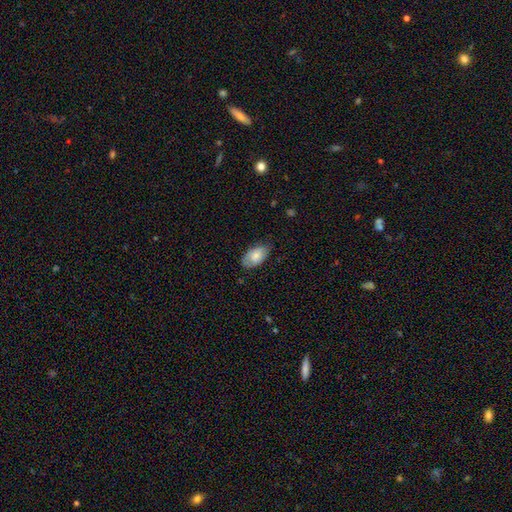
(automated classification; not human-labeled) This appears to be a smooth galaxy with no disk features (76%) that is in between round and cigar-shaped (95%). Merging: none (71%).